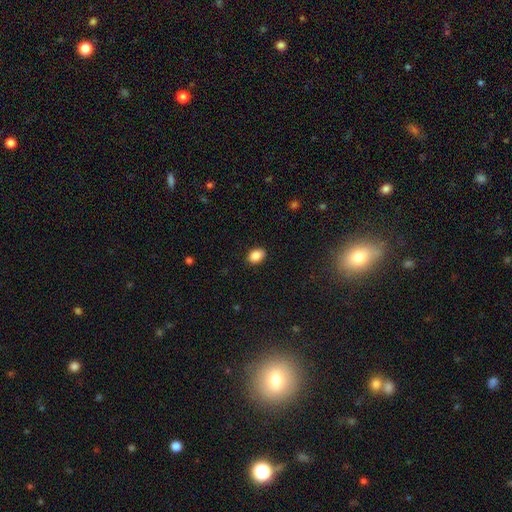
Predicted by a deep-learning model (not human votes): Smooth or featured? smooth (87%)
How rounded? in between (75%)
Merging? none (86%)